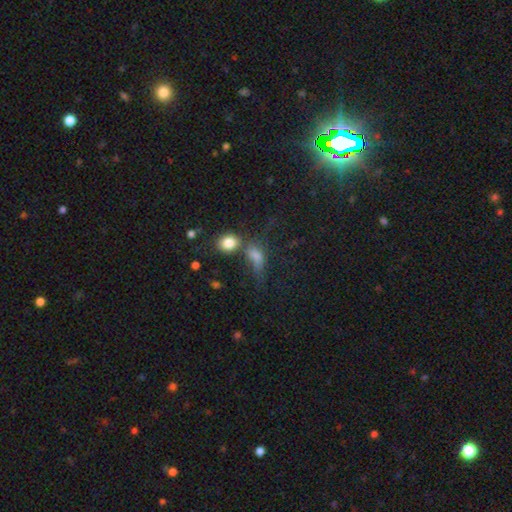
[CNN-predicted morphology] smooth_or_featured: smooth (p=0.66) [alt: star or artifact p=0.18]
how_rounded: in between (p=0.69) [alt: round p=0.19]
merging: none (p=0.35) [alt: merger p=0.27]